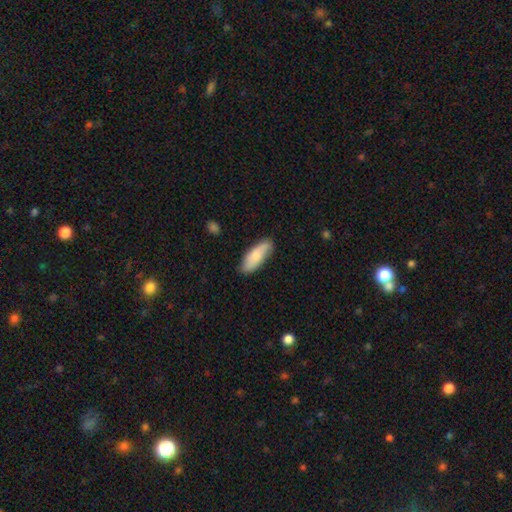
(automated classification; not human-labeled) A smooth galaxy with no disk features (75%) that is in between round and cigar-shaped (67%).

Vote fractions:
- Smooth or featured? smooth: 75% / featured or disk: 19% / star or artifact: 6%
- How rounded? in between: 67% / cigar-shaped: 31% / round: 2%
- Merging? none: 78% / minor disturbance: 17% / major disturbance: 3% / merger: 2%